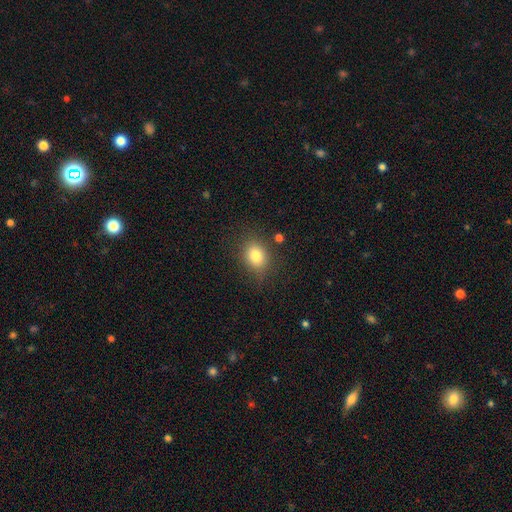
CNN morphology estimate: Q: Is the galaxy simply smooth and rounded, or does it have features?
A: smooth — 81%.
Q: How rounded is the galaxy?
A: in between — 53%.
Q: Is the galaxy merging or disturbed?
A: none — 79%.